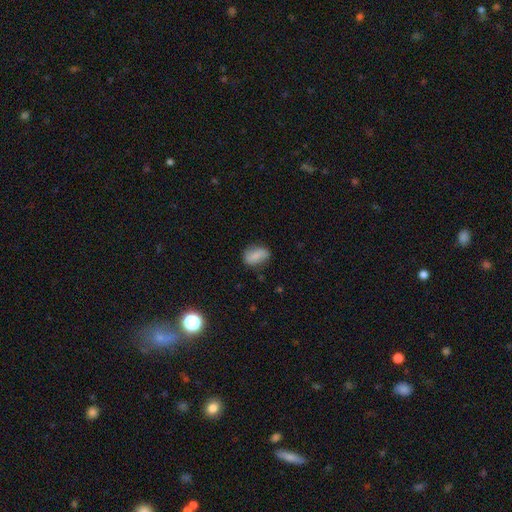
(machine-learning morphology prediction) smooth 77%, featured or disk 15%, star or artifact 8%. Down the decision tree: how rounded — in between (85%); merging — none (75%).